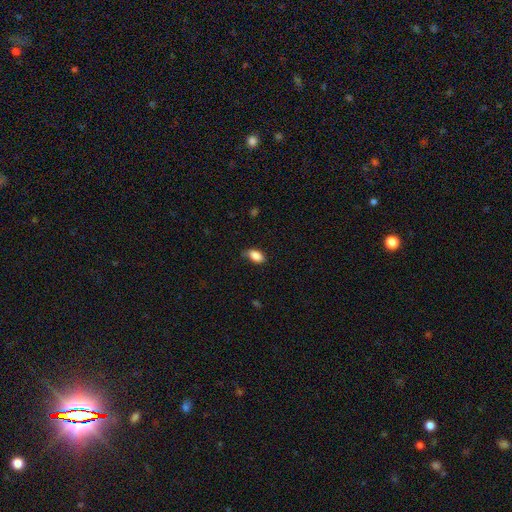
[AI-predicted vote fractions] smooth_or_featured: smooth (p=0.87) [alt: star or artifact p=0.08]
how_rounded: in between (p=0.91) [alt: round p=0.05]
merging: none (p=0.69) [alt: minor disturbance p=0.25]